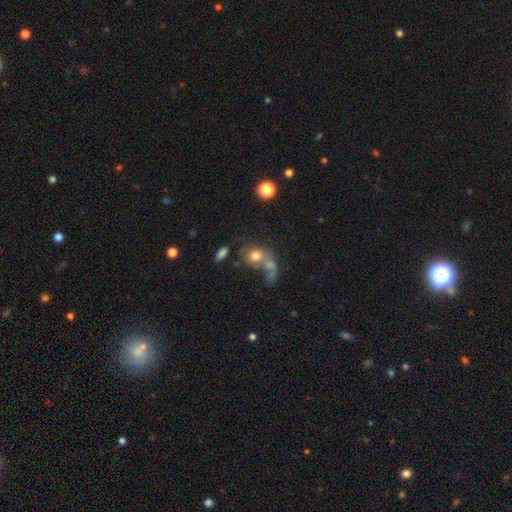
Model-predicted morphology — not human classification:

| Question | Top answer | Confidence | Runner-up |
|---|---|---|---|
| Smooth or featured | smooth | 68% | featured or disk (21%) |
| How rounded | round | 55% | in between (43%) |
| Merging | merger | 52% | none (23%) |